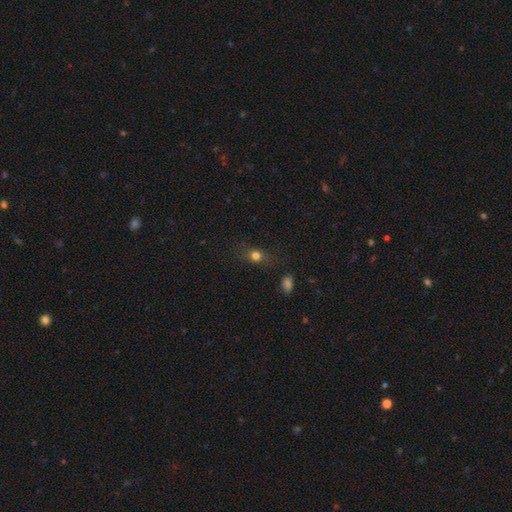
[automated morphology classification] Smooth or featured? Predicted: smooth (p=0.74). How rounded? Predicted: round (p=0.52). Merging? Predicted: none (p=0.77).